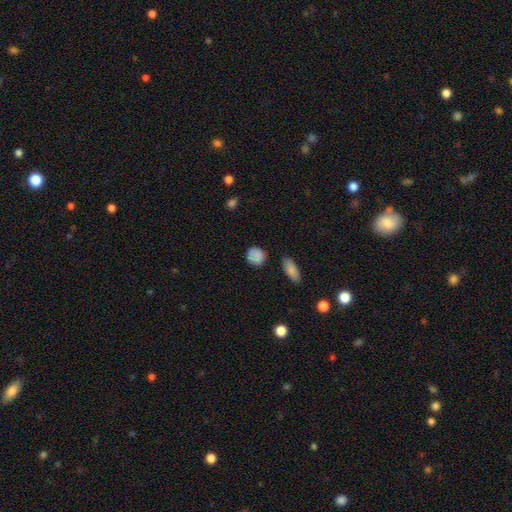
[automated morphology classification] smooth-or-featured: smooth: 86% | star or artifact: 9% | featured or disk: 5%
  how-rounded: round: 81% | in between: 18% | cigar-shaped: 1%
  merging: none: 76% | minor disturbance: 16% | major disturbance: 4% | merger: 4%